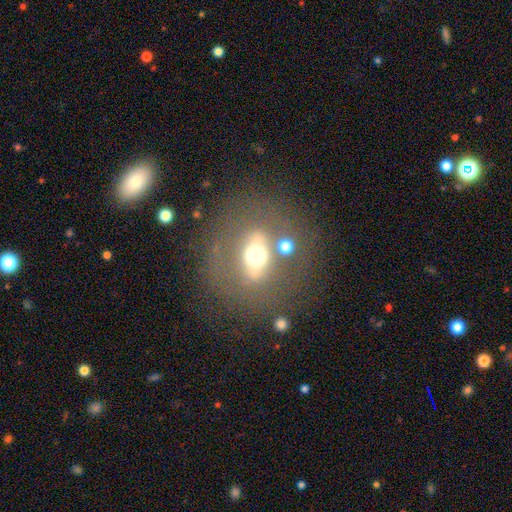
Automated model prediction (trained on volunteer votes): Q: Smooth or featured?
A: featured or disk (44%); runner-up: smooth (41%)
Q: Merging?
A: none (69%); runner-up: minor disturbance (12%)